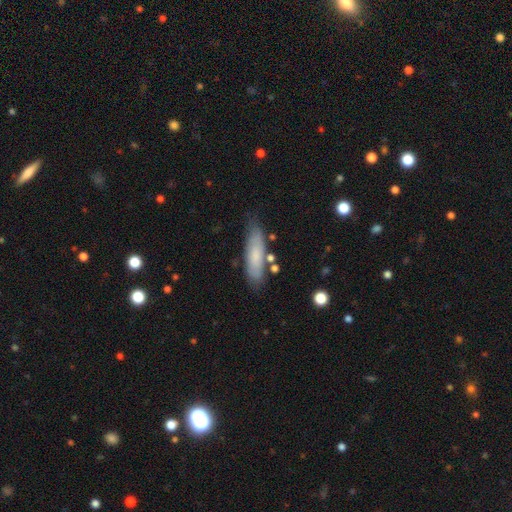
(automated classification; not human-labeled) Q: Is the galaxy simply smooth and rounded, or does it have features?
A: smooth — 71%.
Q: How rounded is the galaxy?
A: cigar-shaped — 58%.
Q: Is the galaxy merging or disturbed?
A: none — 72%.